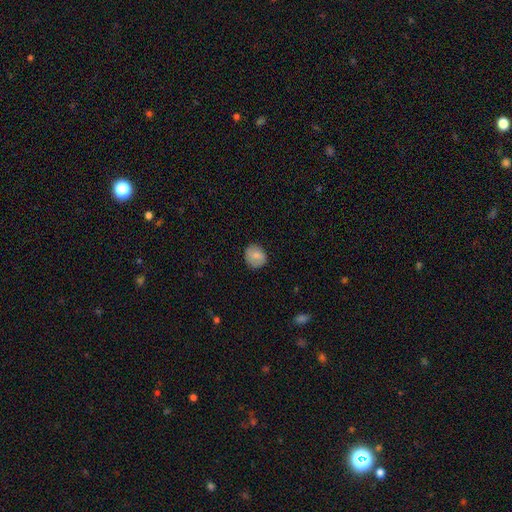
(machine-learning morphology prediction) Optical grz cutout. It shows a smooth galaxy with no disk features (79%) that is round (75%). Merging: none (83%).